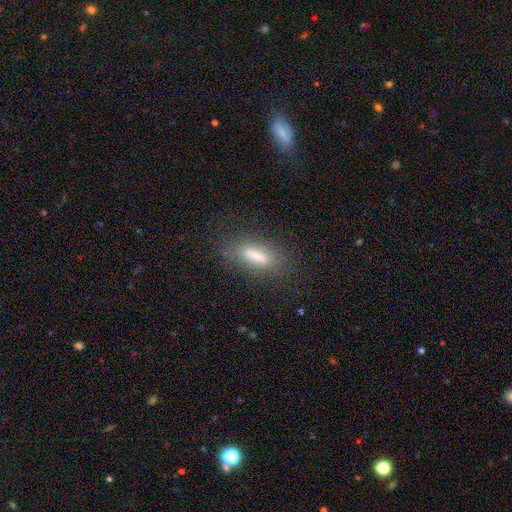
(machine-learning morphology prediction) A smooth galaxy with no disk features (72%) that is cigar-shaped (51%). Merging: none (78%).